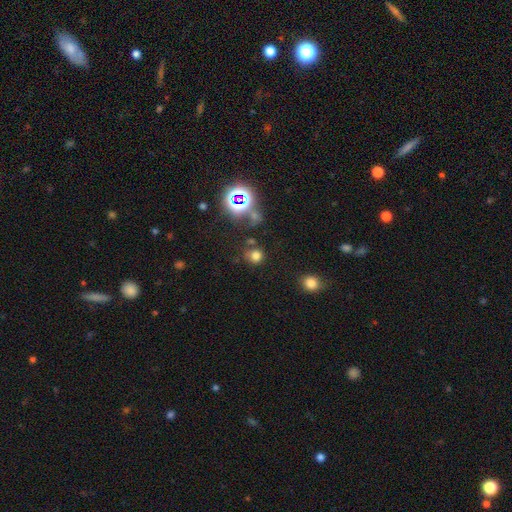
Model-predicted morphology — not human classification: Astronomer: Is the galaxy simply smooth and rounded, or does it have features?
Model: smooth — 70%.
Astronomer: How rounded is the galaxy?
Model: round — 85%.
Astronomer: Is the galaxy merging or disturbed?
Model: none — 71%.